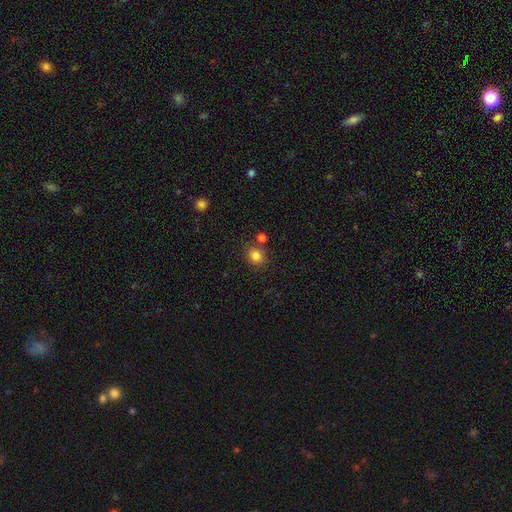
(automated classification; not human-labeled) smooth 83%, star or artifact 12%, featured or disk 6%. Down the decision tree: how rounded — round (76%); merging — none (76%).